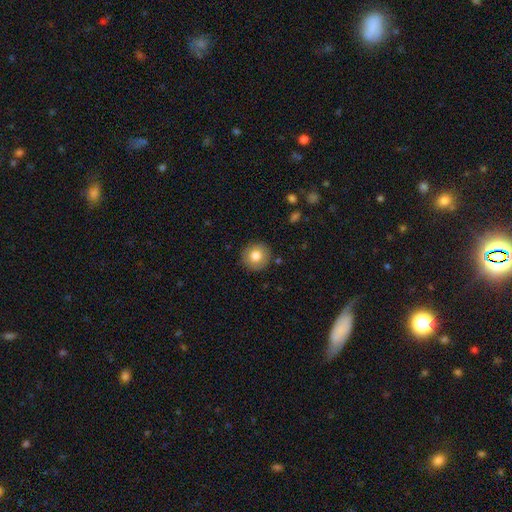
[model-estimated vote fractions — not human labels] Overall: smooth (79%). How rounded: round (93%). Merging: none (89%).